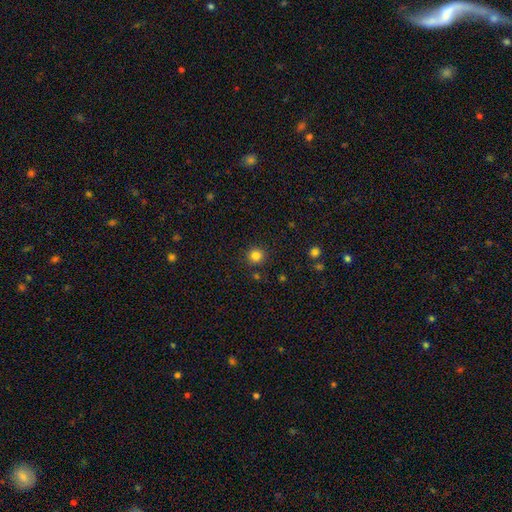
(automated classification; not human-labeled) Morphology: type=smooth (83%); roundness=round (92%); merging=none (89%).